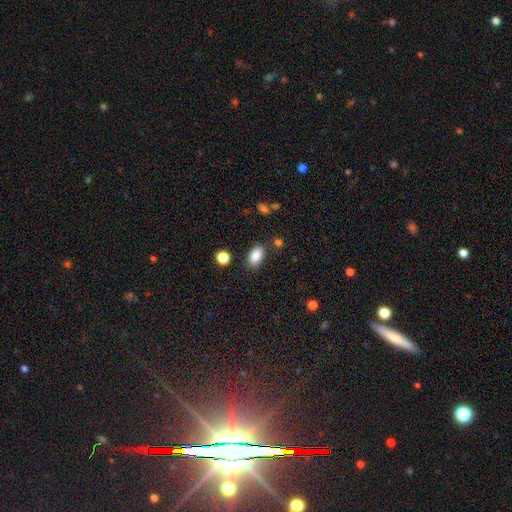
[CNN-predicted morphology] type=smooth (87%); roundness=in between (90%); merging=none (80%).